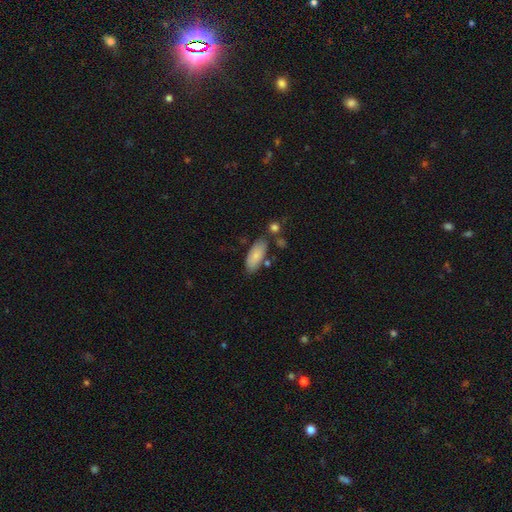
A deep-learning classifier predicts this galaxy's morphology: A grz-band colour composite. It shows a smooth galaxy with no disk features (82%) that is in between round and cigar-shaped (85%). Merging: none (73%).